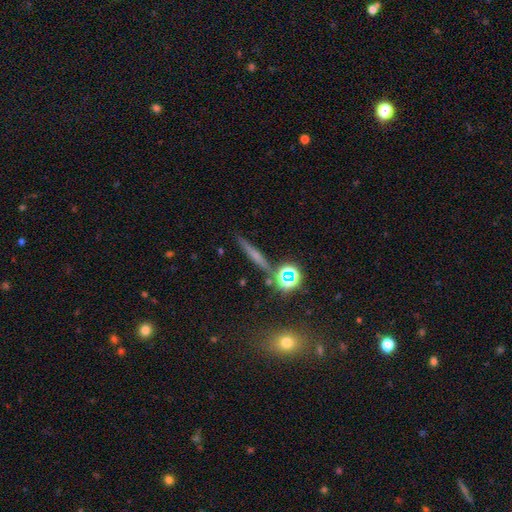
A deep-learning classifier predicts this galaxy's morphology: Smooth or featured? Predicted: smooth (p=0.42). Merging? Predicted: none (p=0.85).